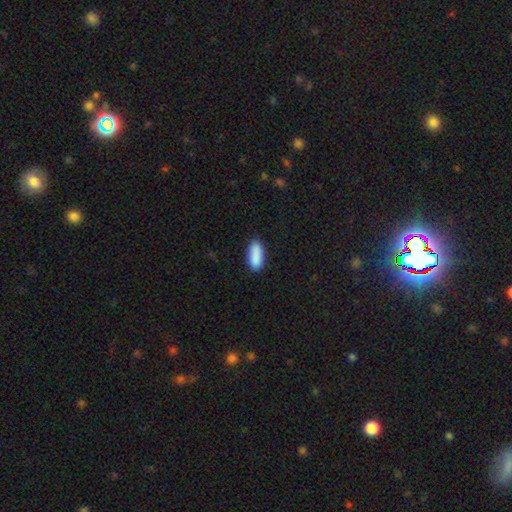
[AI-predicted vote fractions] smooth_or_featured: smooth (p=0.90) [alt: star or artifact p=0.06]
how_rounded: in between (p=0.78) [alt: cigar-shaped p=0.20]
merging: none (p=0.85) [alt: minor disturbance p=0.12]